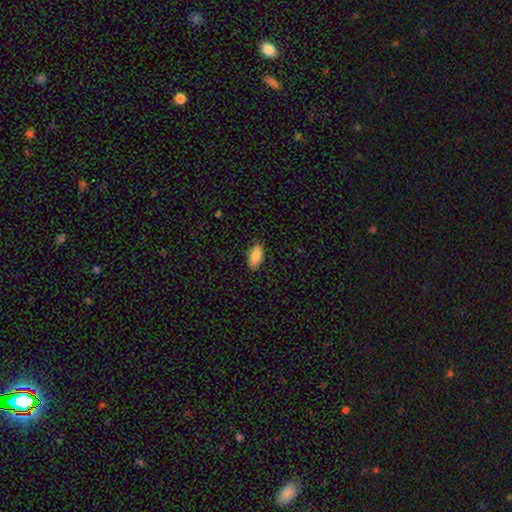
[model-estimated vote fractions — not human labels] This appears to be a smooth galaxy with no disk features (86%) that is in between round and cigar-shaped (86%). Merging: none (88%).